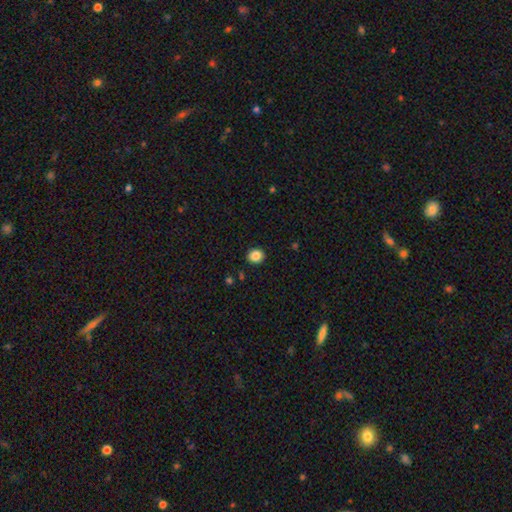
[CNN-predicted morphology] Q: Smooth or featured?
A: smooth (86%); runner-up: star or artifact (9%)
Q: How rounded?
A: round (74%); runner-up: in between (25%)
Q: Merging?
A: none (90%); runner-up: minor disturbance (7%)